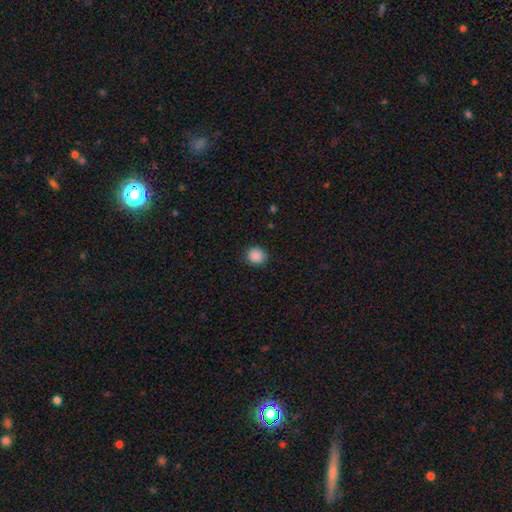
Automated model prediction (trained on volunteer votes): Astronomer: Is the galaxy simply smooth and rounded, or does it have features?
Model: smooth — 88%.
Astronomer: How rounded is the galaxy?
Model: round — 85%.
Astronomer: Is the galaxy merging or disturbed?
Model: none — 86%.